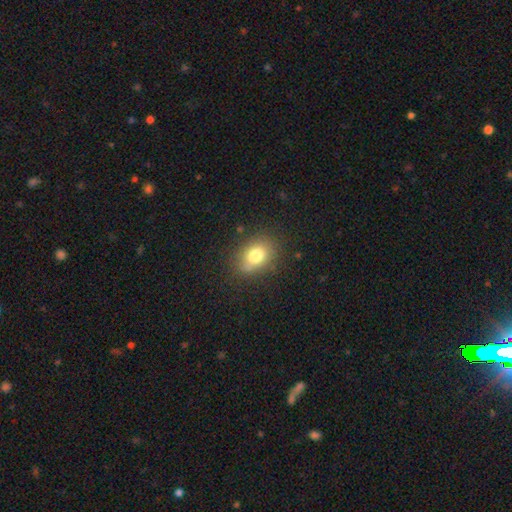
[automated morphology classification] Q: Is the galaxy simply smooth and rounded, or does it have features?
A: smooth — 77%.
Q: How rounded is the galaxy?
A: in between — 61%.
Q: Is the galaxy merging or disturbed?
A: none — 78%.